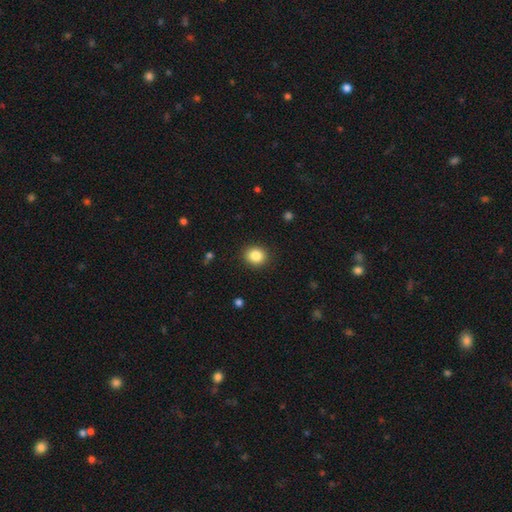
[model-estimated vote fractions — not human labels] A smooth galaxy with no disk features (85%) that is round (78%). Merging: none (90%).